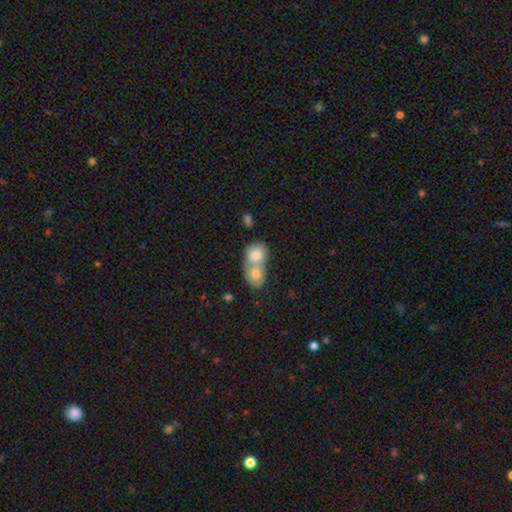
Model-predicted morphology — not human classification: The model was most divided on "how rounded": round: 59%, in between: 40%, cigar-shaped: 2%. More confident: smooth or featured — smooth (77%); merging — merger (76%).